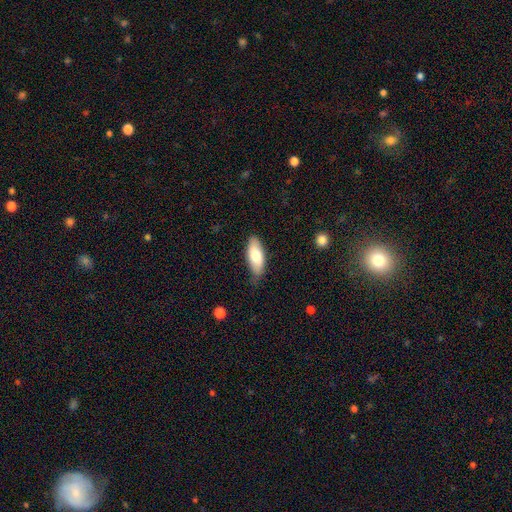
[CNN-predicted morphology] A smooth galaxy with no disk features (76%) that is in between round and cigar-shaped (80%).

Vote fractions:
- Smooth or featured? smooth: 76% / featured or disk: 18% / star or artifact: 6%
- How rounded? in between: 80% / cigar-shaped: 18% / round: 2%
- Merging? none: 72% / minor disturbance: 23% / major disturbance: 4% / merger: 1%